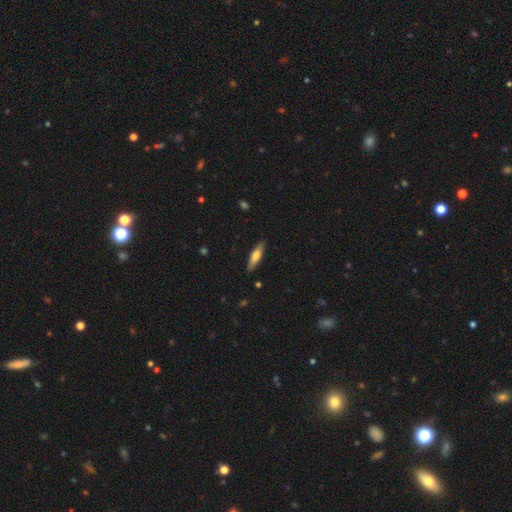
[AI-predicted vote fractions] Q: Smooth or featured?
A: smooth (62%); runner-up: featured or disk (32%)
Q: How rounded?
A: cigar-shaped (68%); runner-up: in between (30%)
Q: Merging?
A: none (88%); runner-up: minor disturbance (9%)